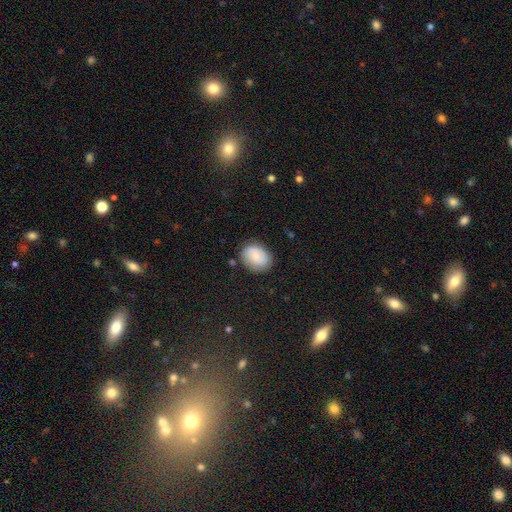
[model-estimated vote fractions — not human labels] A smooth galaxy with no disk features (68%) that is in between round and cigar-shaped (55%). Merging: none (79%).